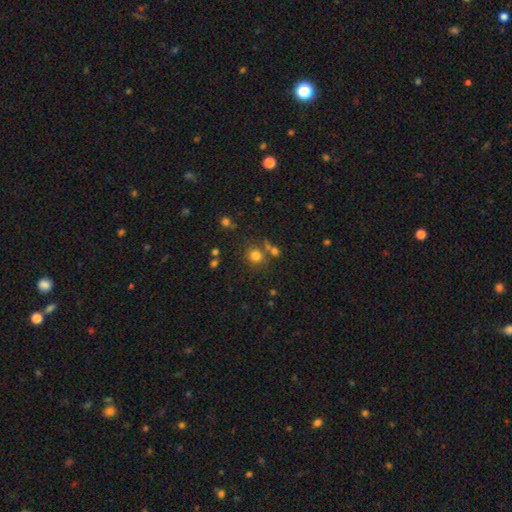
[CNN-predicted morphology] Overall: smooth (76%). How rounded: round (87%). Merging: none (71%).